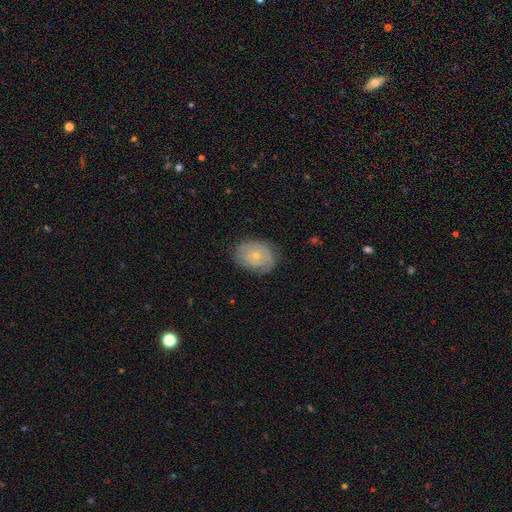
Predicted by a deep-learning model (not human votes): Smooth or featured: featured or disk — 51% (smooth — 42%)
Edge-on disk: no — 96% (yes — 4%)
Merging: none — 73% (minor disturbance — 20%)